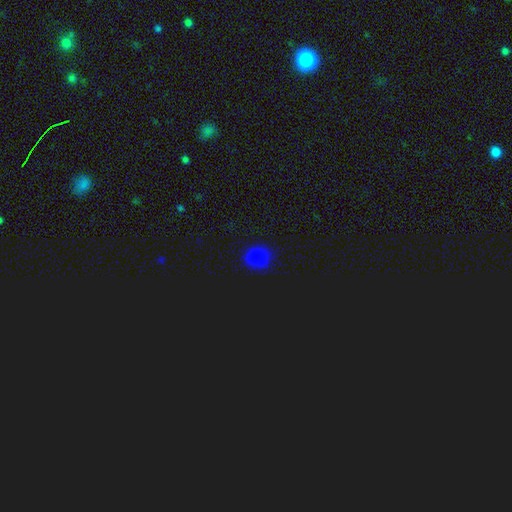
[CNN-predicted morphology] A smooth galaxy with no disk features (71%) that is round (58%).

Vote fractions:
- Smooth or featured? smooth: 71% / star or artifact: 24% / featured or disk: 5%
- How rounded? round: 58% / in between: 40% / cigar-shaped: 1%
- Merging? none: 70% / minor disturbance: 21% / major disturbance: 6% / merger: 3%